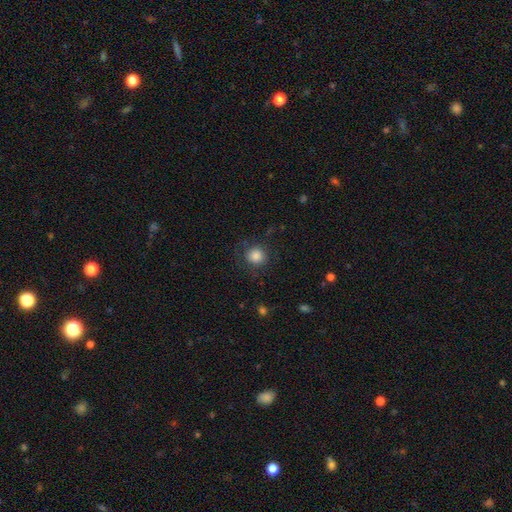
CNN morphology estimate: Smooth or featured: smooth — 85% (star or artifact — 10%)
How rounded: round — 92% (in between — 7%)
Merging: none — 82% (minor disturbance — 11%)